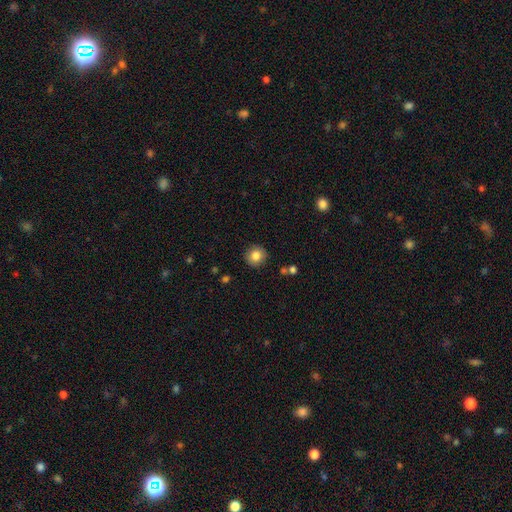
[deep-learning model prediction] smooth_or_featured: smooth (p=0.84) [alt: star or artifact p=0.09]
how_rounded: round (p=0.92) [alt: in between p=0.07]
merging: none (p=0.90) [alt: minor disturbance p=0.07]